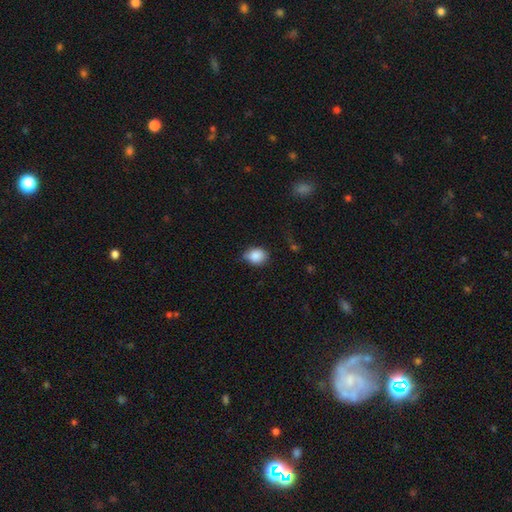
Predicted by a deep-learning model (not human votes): A smooth galaxy with no disk features (86%) that is in between round and cigar-shaped (50%).

Vote fractions:
- Smooth or featured? smooth: 86% / star or artifact: 9% / featured or disk: 6%
- How rounded? in between: 50% / round: 49% / cigar-shaped: 1%
- Merging? none: 65% / minor disturbance: 27% / major disturbance: 6% / merger: 2%